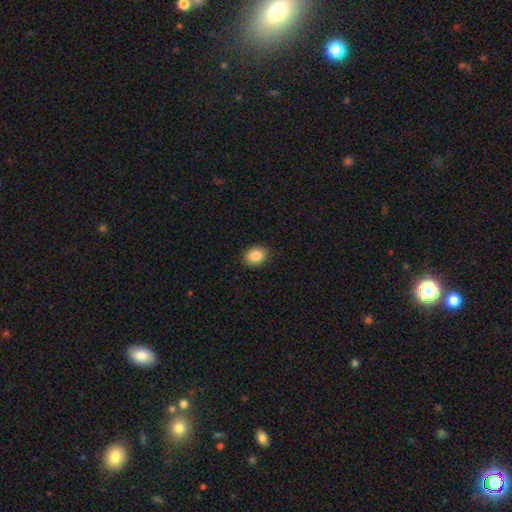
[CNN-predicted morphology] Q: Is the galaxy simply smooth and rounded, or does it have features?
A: smooth — 86%.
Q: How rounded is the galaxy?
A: in between — 58%.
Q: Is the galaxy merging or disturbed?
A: none — 88%.